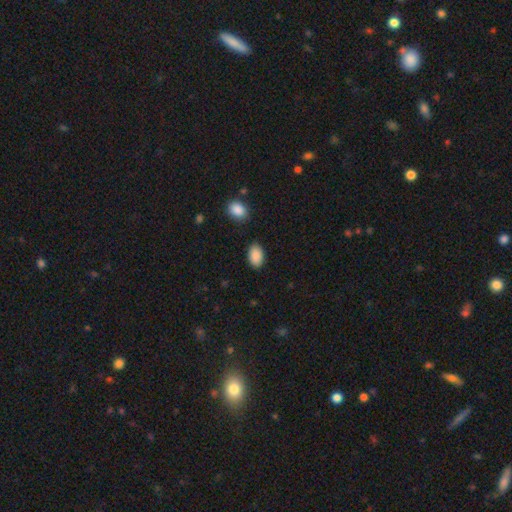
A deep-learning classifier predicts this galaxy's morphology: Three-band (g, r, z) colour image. It shows a smooth galaxy with no disk features (90%) that is in between round and cigar-shaped (92%). Merging: none (85%).